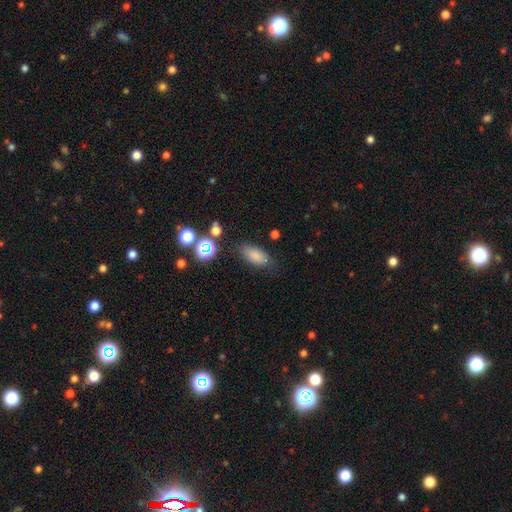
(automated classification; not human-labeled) Smooth or featured? Predicted: smooth (p=0.81). How rounded? Predicted: in between (p=0.84). Merging? Predicted: none (p=0.77).